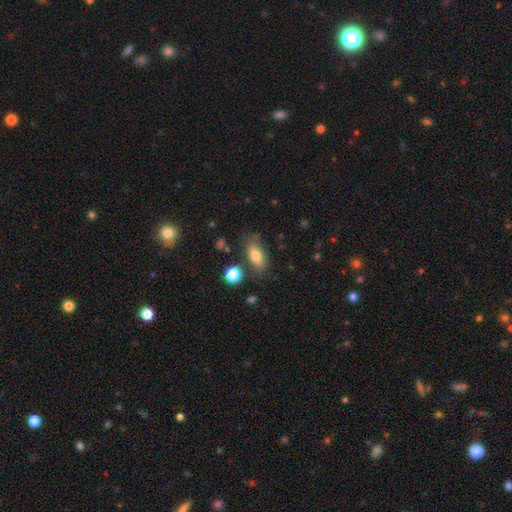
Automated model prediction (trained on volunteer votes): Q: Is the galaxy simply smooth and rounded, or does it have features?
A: smooth — 76%.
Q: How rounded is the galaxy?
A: in between — 82%.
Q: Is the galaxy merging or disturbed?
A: none — 72%.